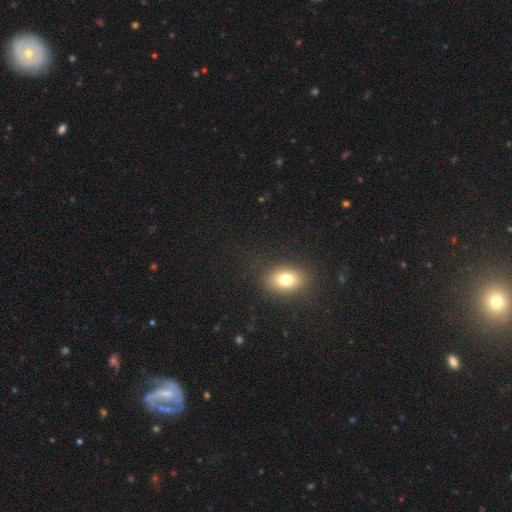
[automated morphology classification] The model was most divided on "how rounded": in between: 56%, round: 41%, cigar-shaped: 3%. More confident: merging — none (85%); smooth or featured — smooth (52%).